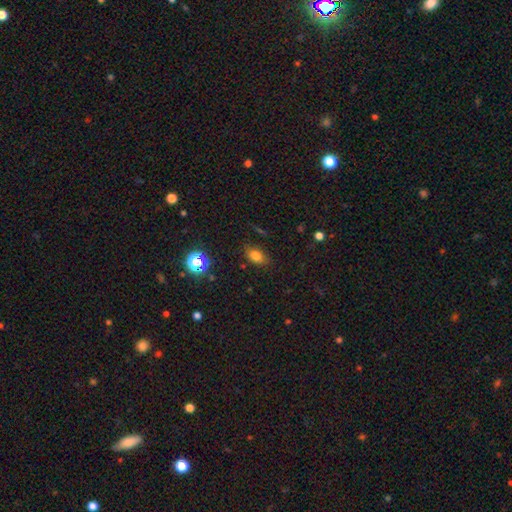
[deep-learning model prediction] Smooth or featured: smooth — 77% (star or artifact — 15%)
How rounded: in between — 79% (round — 19%)
Merging: none — 81% (minor disturbance — 14%)